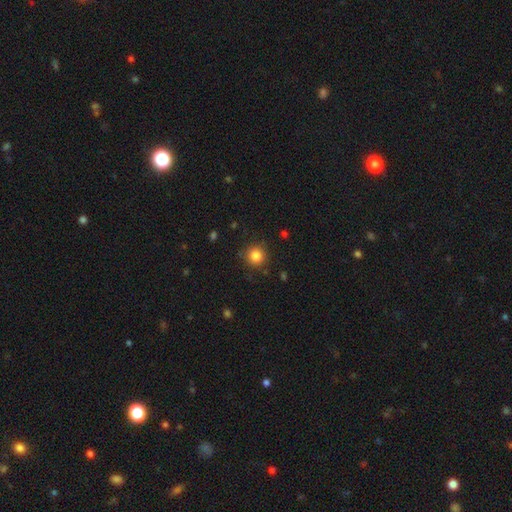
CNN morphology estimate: This appears to be a smooth galaxy with no disk features (83%) that is round (94%). Merging: none (88%).